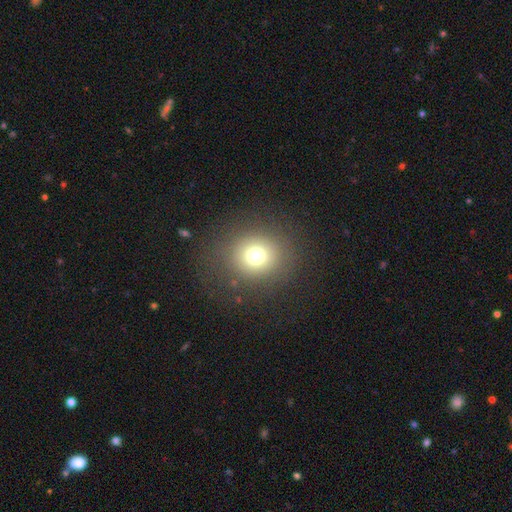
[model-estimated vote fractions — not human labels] Smooth or featured: smooth — 73% (star or artifact — 17%)
How rounded: round — 85% (in between — 14%)
Merging: none — 86% (minor disturbance — 7%)